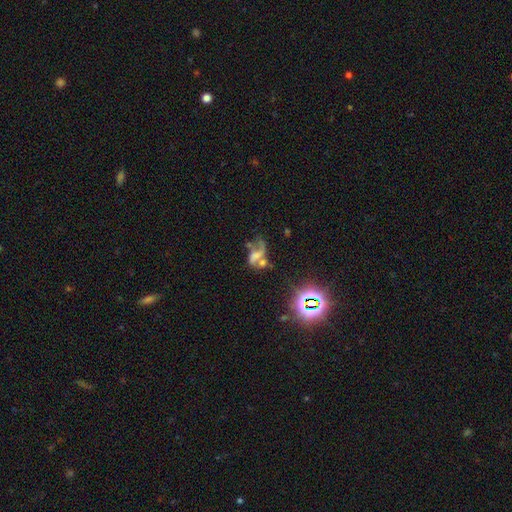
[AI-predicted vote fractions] Morphology: type=featured or disk (54%); edge-on=no (96%); bar=no (62%); spiral arms=yes (56%); bulge=none (49%); merging=merger (32%).